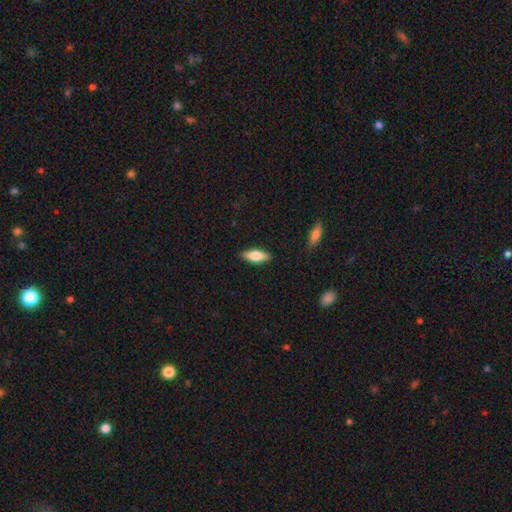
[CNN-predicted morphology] Overall: smooth (61%; featured or disk 33%). How rounded: in between (62%; cigar-shaped 35%). Merging: none (87%).